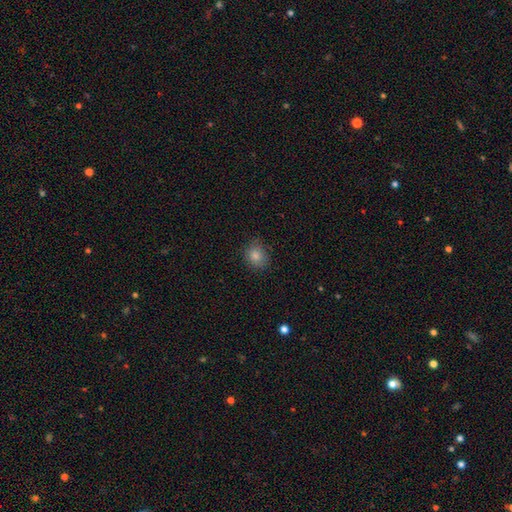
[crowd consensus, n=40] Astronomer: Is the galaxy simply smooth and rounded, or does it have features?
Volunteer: smooth — 88%.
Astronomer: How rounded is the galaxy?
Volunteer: round — 66%.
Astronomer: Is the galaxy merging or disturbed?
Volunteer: none — 78%.